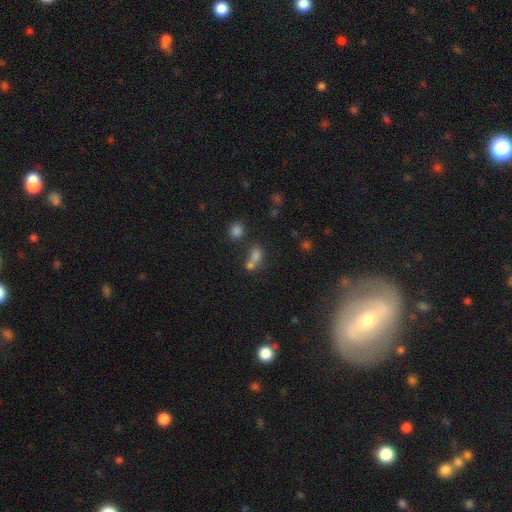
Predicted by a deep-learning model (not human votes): smooth_or_featured: smooth (p=0.71) [alt: star or artifact p=0.18]
how_rounded: in between (p=0.53) [alt: round p=0.44]
merging: merger (p=0.51) [alt: none p=0.36]